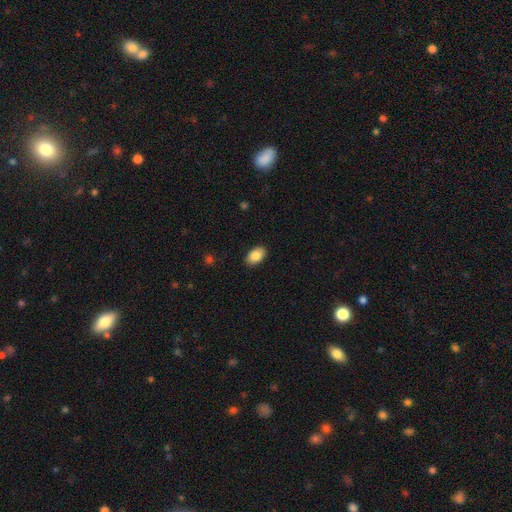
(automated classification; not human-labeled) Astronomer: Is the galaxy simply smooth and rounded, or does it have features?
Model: smooth — 87%.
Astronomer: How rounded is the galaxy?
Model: in between — 92%.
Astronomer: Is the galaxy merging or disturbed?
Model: none — 89%.